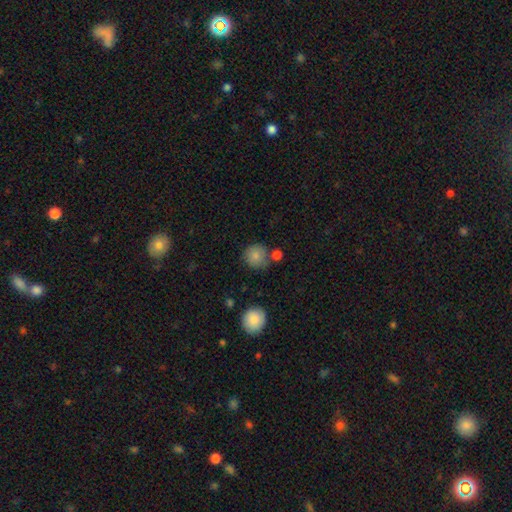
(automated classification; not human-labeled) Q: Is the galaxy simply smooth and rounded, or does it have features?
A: smooth — 84%.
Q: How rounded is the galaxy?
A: round — 92%.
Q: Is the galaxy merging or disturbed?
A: none — 71%.